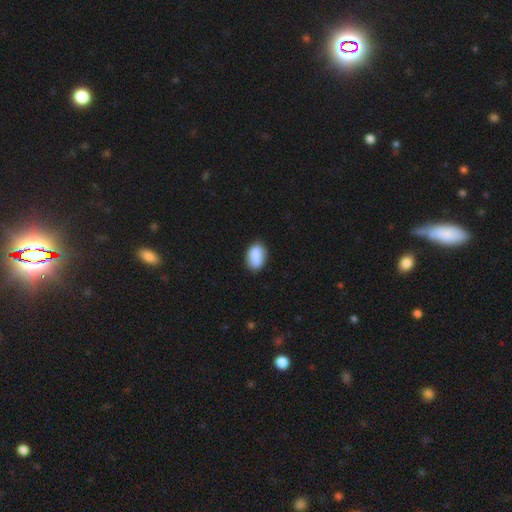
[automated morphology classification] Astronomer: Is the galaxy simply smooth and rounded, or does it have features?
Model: smooth — 87%.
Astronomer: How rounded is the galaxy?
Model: in between — 87%.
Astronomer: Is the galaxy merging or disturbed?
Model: none — 81%.